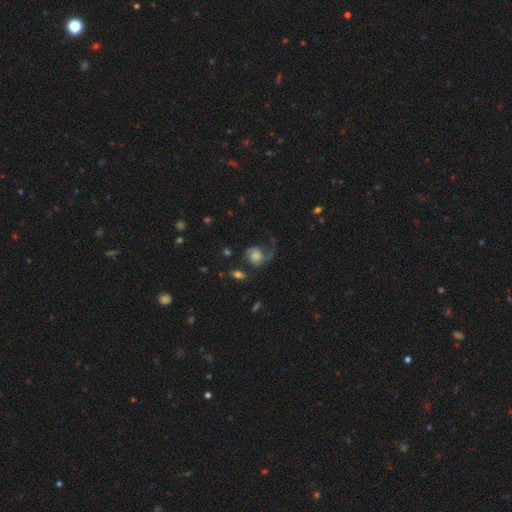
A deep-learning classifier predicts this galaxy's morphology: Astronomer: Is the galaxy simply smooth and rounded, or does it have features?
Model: featured or disk — 76%.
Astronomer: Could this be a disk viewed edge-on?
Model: no — 98%.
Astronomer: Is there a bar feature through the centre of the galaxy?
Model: no — 71%.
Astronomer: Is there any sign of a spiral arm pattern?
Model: yes — 95%.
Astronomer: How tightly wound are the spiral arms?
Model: loose — 46% (runner-up: medium, 40%).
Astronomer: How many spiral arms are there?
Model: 2 — 63%.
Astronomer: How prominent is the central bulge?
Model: moderate — 40% (runner-up: large, 23%).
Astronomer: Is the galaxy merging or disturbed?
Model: none — 46% (runner-up: major disturbance, 30%).